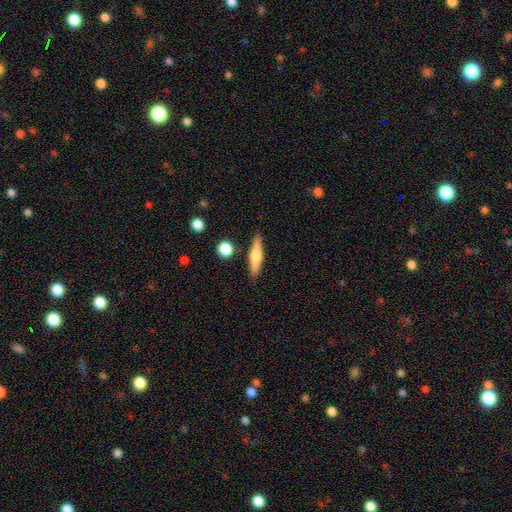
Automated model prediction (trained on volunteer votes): Smooth or featured?
  - featured or disk: 47% *
  - smooth: 46%
  - star or artifact: 6%
Merging?
  - none: 86% *
  - minor disturbance: 9%
  - merger: 3%
  - major disturbance: 2%